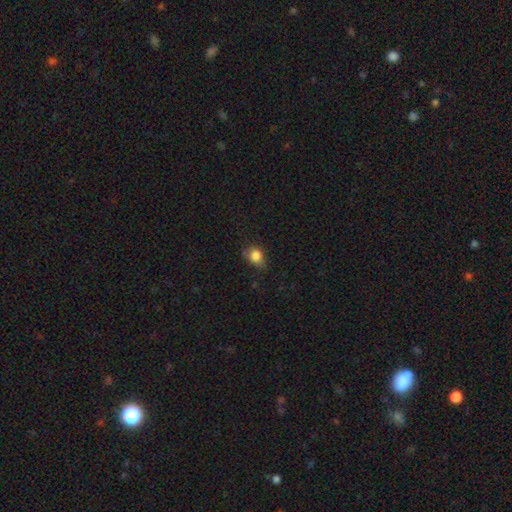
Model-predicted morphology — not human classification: Smooth or featured? Predicted: smooth (p=0.83). How rounded? Predicted: round (p=0.56). Merging? Predicted: none (p=0.60).